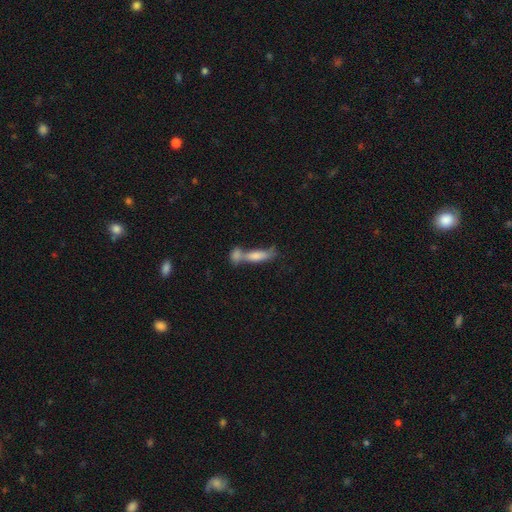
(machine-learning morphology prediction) Smooth or featured: smooth — 65% (featured or disk — 25%)
How rounded: cigar-shaped — 58% (in between — 39%)
Merging: merger — 59% (none — 26%)